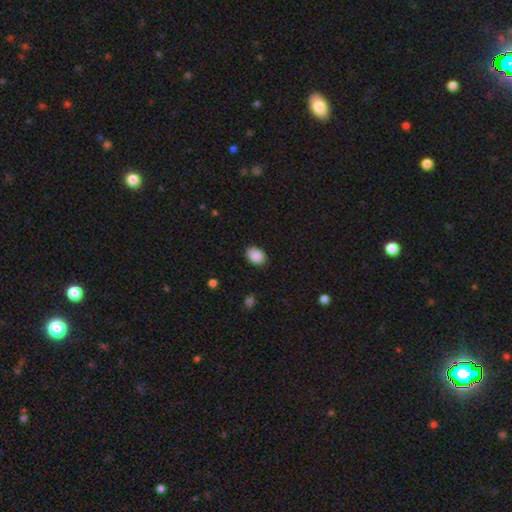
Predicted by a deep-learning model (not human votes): Smooth or featured: smooth — 90% (star or artifact — 7%)
How rounded: in between — 80% (round — 19%)
Merging: none — 87% (minor disturbance — 9%)